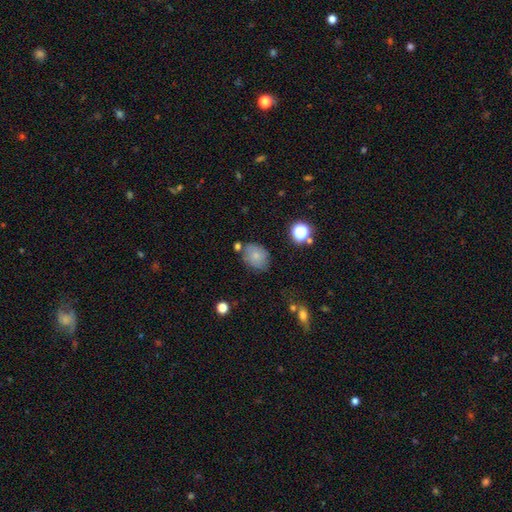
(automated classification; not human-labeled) A smooth galaxy with no disk features (75%) that is in between round and cigar-shaped (55%). Merging: none (67%).